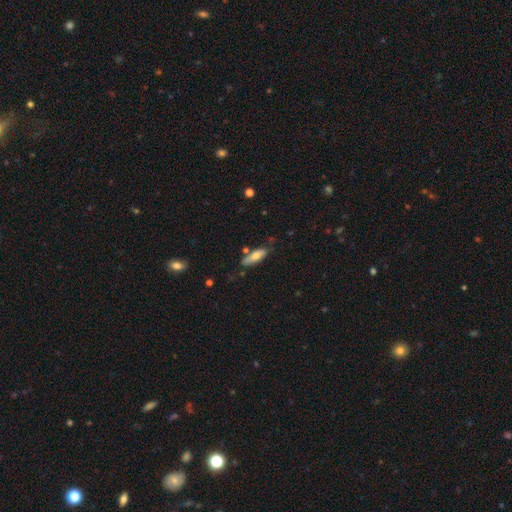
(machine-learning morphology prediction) This is likely a smooth galaxy (70%). How rounded: possibly in between (58%). Merging: likely none (66%).